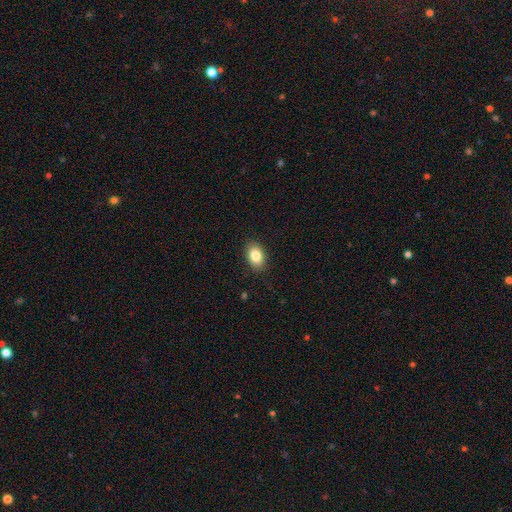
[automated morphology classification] This appears to be a smooth galaxy with no disk features (84%) that is in between round and cigar-shaped (87%). Merging: none (88%).